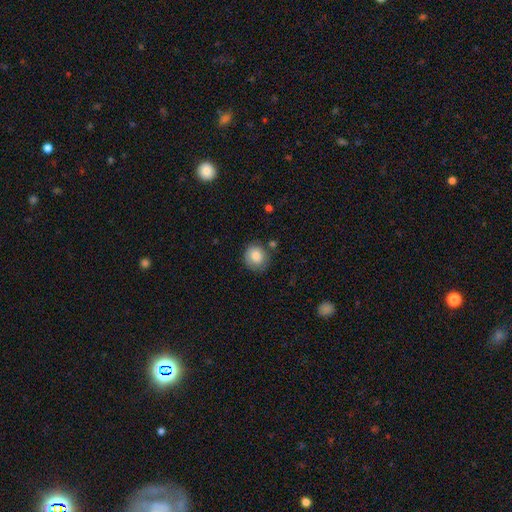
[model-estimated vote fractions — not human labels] Overall: smooth (84%). How rounded: round (80%). Merging: none (75%).